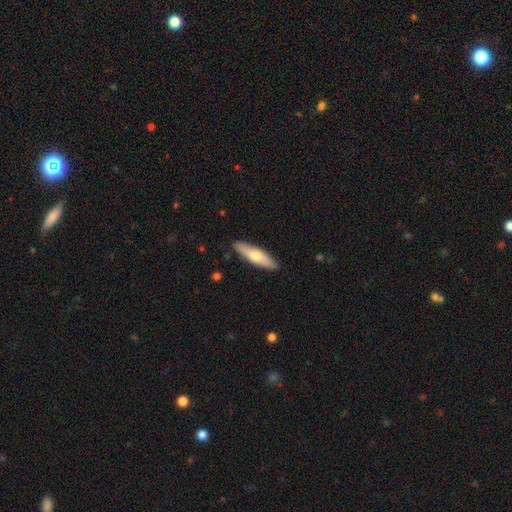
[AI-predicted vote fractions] The model was most divided on "smooth or featured": smooth: 59%, featured or disk: 36%, star or artifact: 5%. More confident: merging — none (88%); how rounded — cigar-shaped (67%).